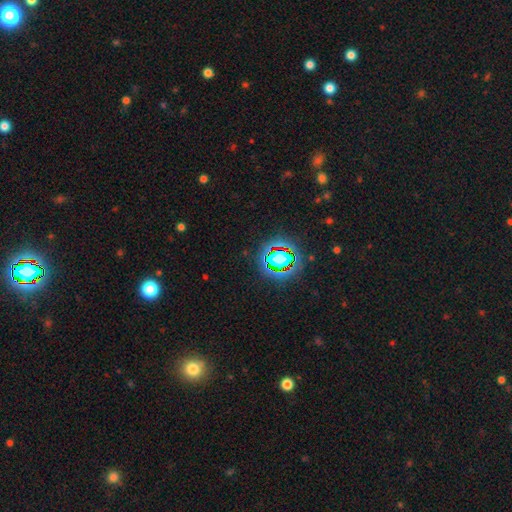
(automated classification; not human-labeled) Smooth or featured: star or artifact — 78% (smooth — 13%)